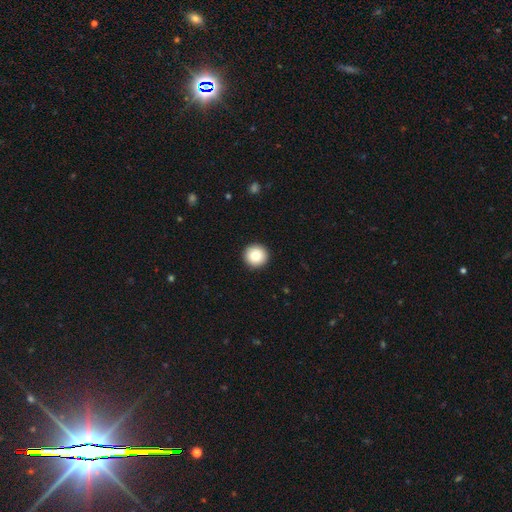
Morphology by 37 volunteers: Smooth or featured: smooth — 86% (star or artifact — 8%)
How rounded: round — 100%
Merging: none — 100%